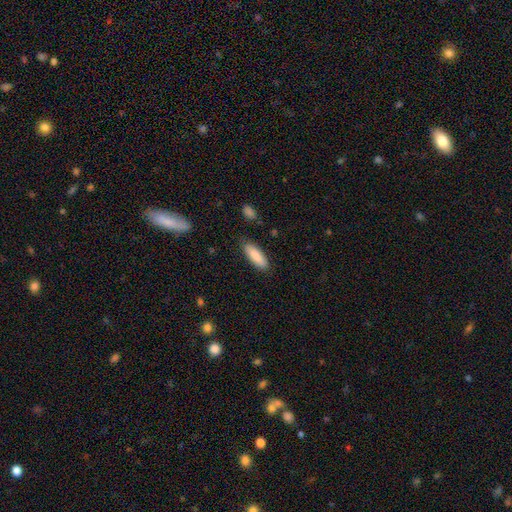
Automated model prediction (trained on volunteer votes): smooth_or_featured: smooth (p=0.87) [alt: featured or disk p=0.07]
how_rounded: in between (p=0.57) [alt: cigar-shaped p=0.41]
merging: none (p=0.85) [alt: minor disturbance p=0.11]